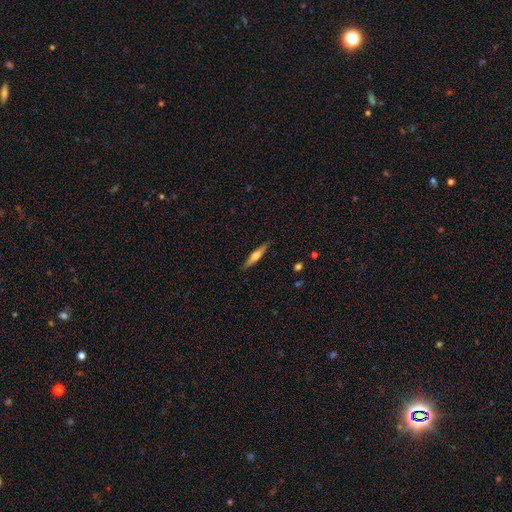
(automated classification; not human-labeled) smooth-or-featured: smooth: 48% | featured or disk: 46% | star or artifact: 6%
  merging: none: 89% | minor disturbance: 8% | major disturbance: 2% | merger: 1%